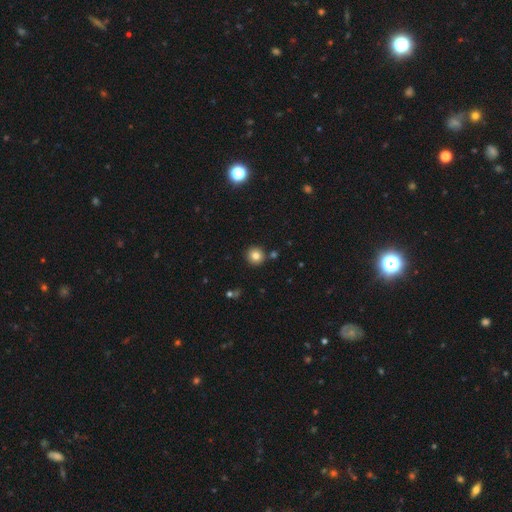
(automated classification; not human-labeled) A smooth galaxy with no disk features (81%) that is round (94%).

Vote fractions:
- Smooth or featured? smooth: 81% / star or artifact: 12% / featured or disk: 7%
- How rounded? round: 94% / in between: 5% / cigar-shaped: 1%
- Merging? none: 85% / minor disturbance: 7% / merger: 6% / major disturbance: 2%